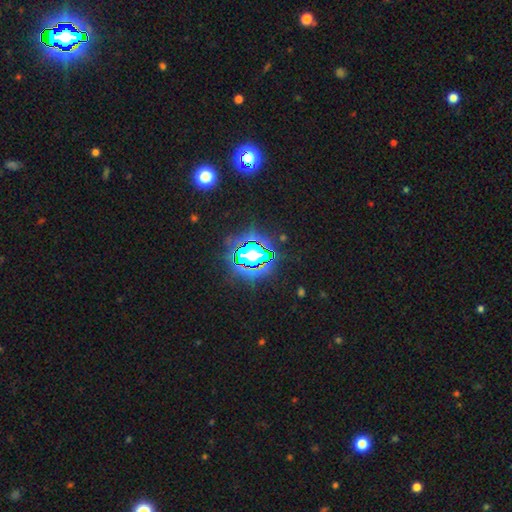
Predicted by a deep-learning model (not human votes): A star or artifact, not a galaxy (77%).